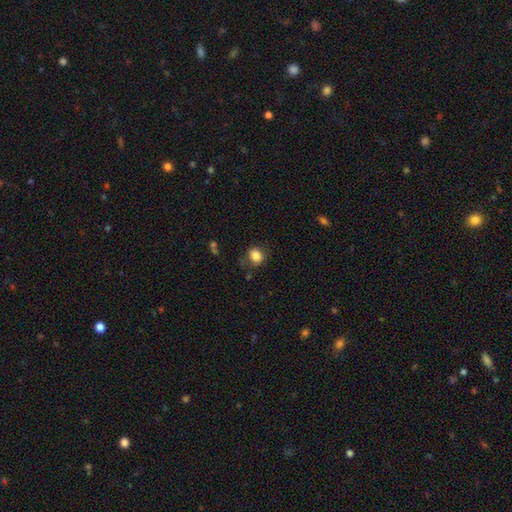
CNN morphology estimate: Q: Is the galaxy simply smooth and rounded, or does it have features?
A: smooth — 84%.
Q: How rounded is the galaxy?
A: round — 61%.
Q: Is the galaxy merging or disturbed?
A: none — 75%.